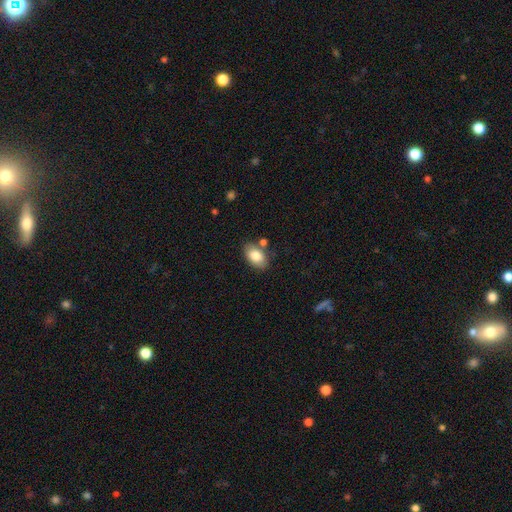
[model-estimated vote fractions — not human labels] This is clearly a smooth galaxy (83%). How rounded: clearly in between (88%). Merging: likely none (74%).